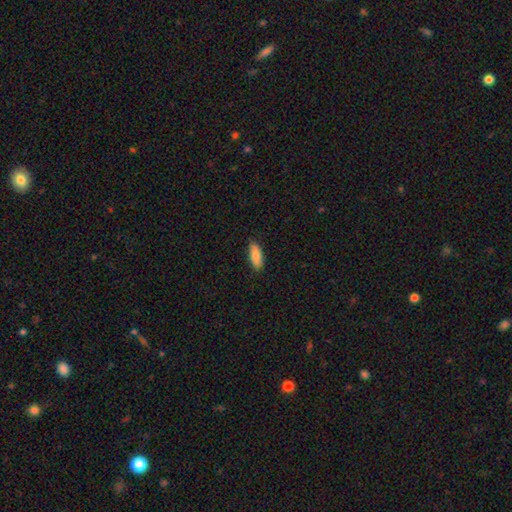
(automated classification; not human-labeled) Overall: smooth (86%). How rounded: in between (75%). Merging: none (87%).